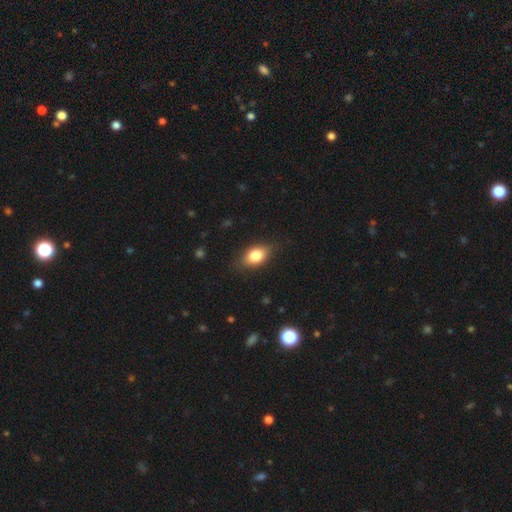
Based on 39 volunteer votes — This is likely a smooth galaxy (79%). How rounded: clearly in between (87%). Merging: clearly none (86%).